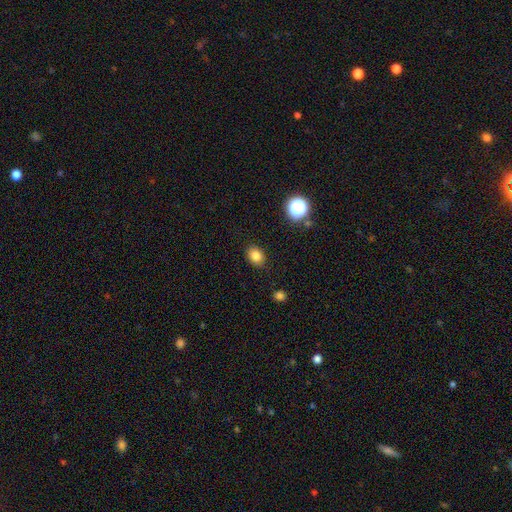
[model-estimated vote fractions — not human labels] Morphology: type=smooth (82%); roundness=in between (57%); merging=none (86%).